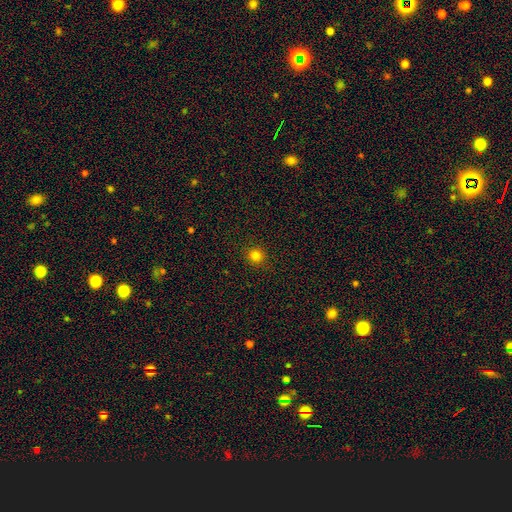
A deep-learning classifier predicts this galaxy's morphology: Smooth or featured: smooth — 81% (star or artifact — 15%)
How rounded: round — 93% (in between — 6%)
Merging: none — 91% (minor disturbance — 6%)